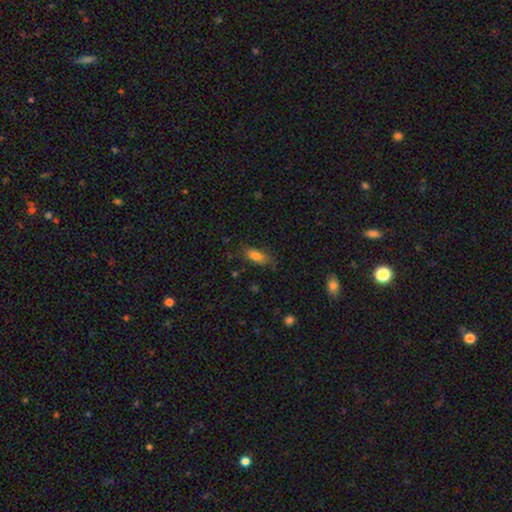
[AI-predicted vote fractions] The model was most divided on "merging": none: 69%, minor disturbance: 22%, major disturbance: 7%, merger: 2%. More confident: smooth or featured — smooth (80%); how rounded — in between (77%).